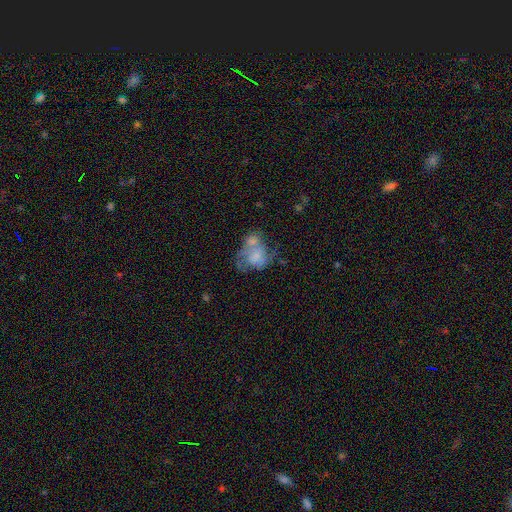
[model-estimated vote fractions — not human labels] Smooth or featured: featured or disk — 49% (smooth — 42%)
Merging: merger — 37% (none — 24%)